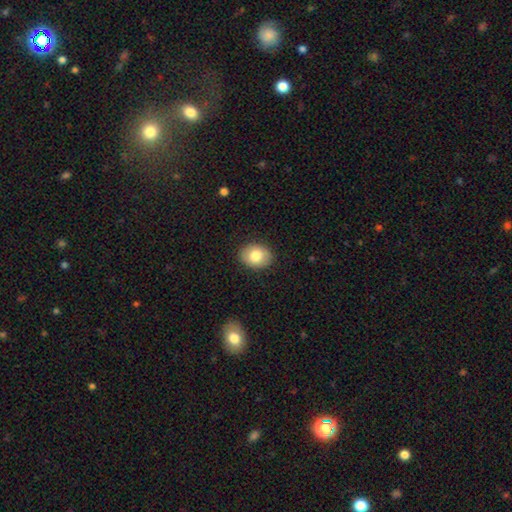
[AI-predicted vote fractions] Morphology: type=smooth (81%); roundness=in between (59%); merging=none (89%).